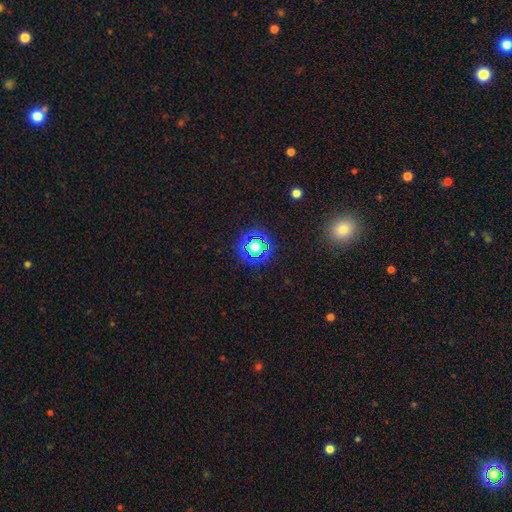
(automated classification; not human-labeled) Smooth or featured? star or artifact (70%)